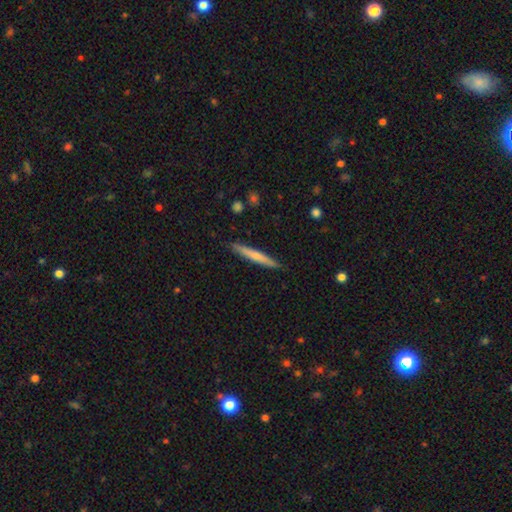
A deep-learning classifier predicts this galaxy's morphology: Q: Smooth or featured?
A: smooth (58%); runner-up: featured or disk (36%)
Q: How rounded?
A: cigar-shaped (95%); runner-up: in between (3%)
Q: Merging?
A: none (90%); runner-up: minor disturbance (8%)